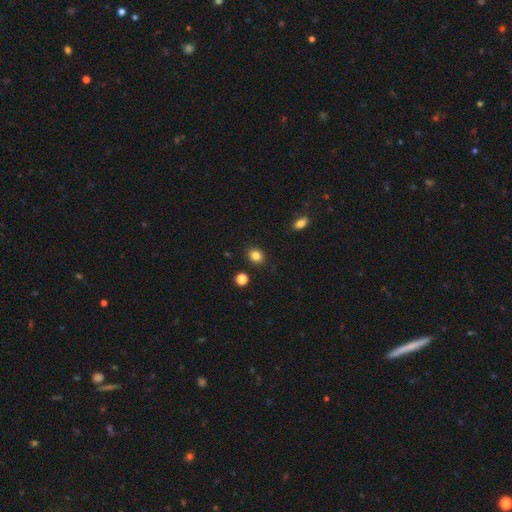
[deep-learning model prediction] smooth-or-featured: smooth: 84% | star or artifact: 11% | featured or disk: 5%
  how-rounded: round: 56% | in between: 43% | cigar-shaped: 1%
  merging: none: 88% | minor disturbance: 8% | merger: 2% | major disturbance: 2%